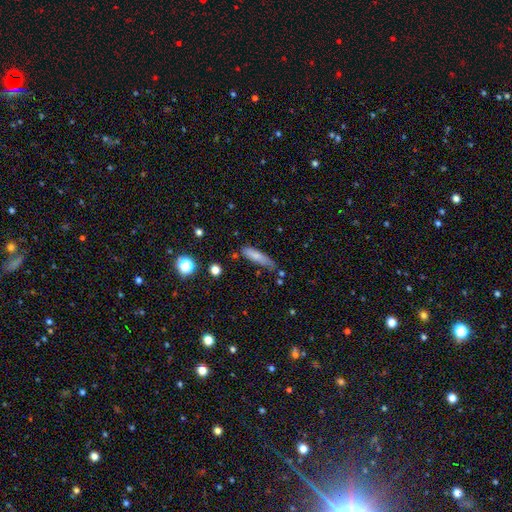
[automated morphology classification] Q: Smooth or featured?
A: smooth (76%); runner-up: featured or disk (16%)
Q: How rounded?
A: cigar-shaped (75%); runner-up: in between (23%)
Q: Merging?
A: none (61%); runner-up: minor disturbance (27%)